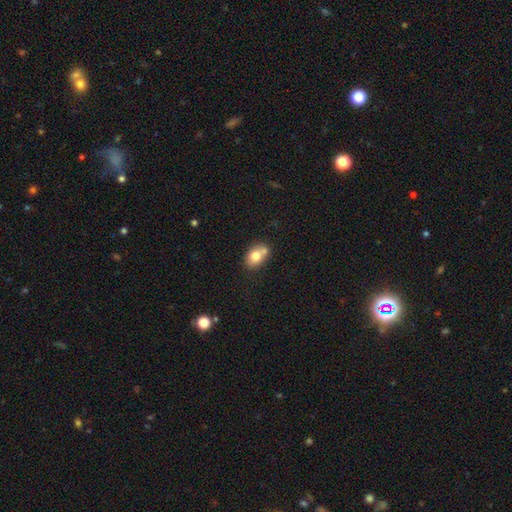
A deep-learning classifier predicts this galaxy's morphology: Q: Smooth or featured?
A: smooth (75%); runner-up: featured or disk (17%)
Q: How rounded?
A: in between (72%); runner-up: round (27%)
Q: Merging?
A: none (48%); runner-up: merger (32%)